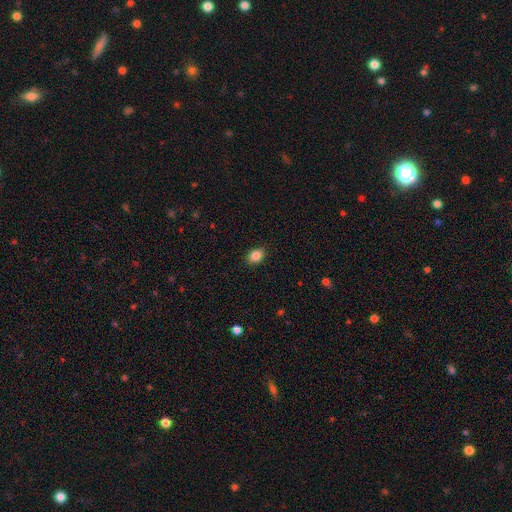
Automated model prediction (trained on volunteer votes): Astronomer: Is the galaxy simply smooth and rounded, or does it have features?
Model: smooth — 86%.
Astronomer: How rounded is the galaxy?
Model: in between — 72%.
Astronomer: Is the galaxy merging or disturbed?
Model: none — 89%.